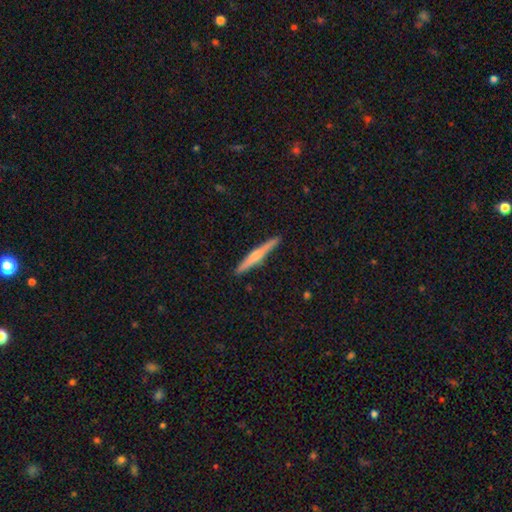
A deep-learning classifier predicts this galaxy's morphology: Smooth or featured? featured or disk (55%)
Edge-on disk? yes (97%)
Edge-on bulge? rounded (72%)
Merging? none (91%)